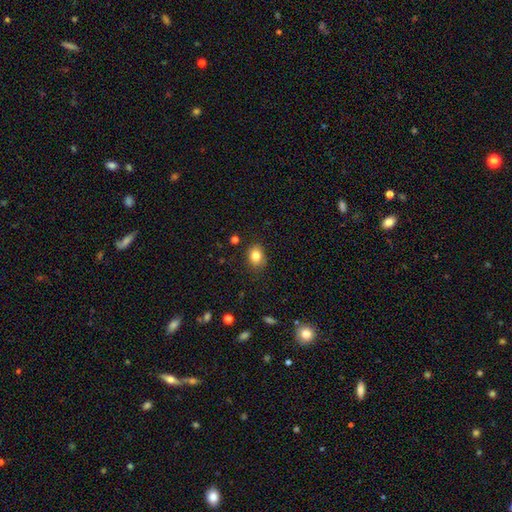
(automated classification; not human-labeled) A smooth galaxy with no disk features (83%) that is in between round and cigar-shaped (60%).

Vote fractions:
- Smooth or featured? smooth: 83% / star or artifact: 10% / featured or disk: 8%
- How rounded? in between: 60% / round: 39% / cigar-shaped: 1%
- Merging? none: 81% / minor disturbance: 14% / major disturbance: 3% / merger: 2%